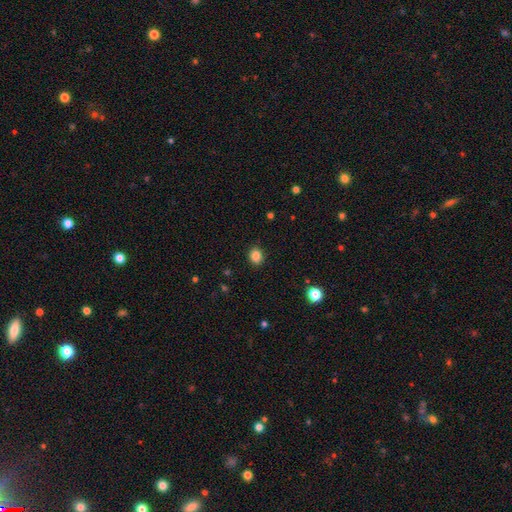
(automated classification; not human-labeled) A smooth galaxy with no disk features (85%) that is round (66%).

Vote fractions:
- Smooth or featured? smooth: 85% / star or artifact: 11% / featured or disk: 4%
- How rounded? round: 66% / in between: 33% / cigar-shaped: 1%
- Merging? none: 89% / minor disturbance: 8% / major disturbance: 2% / merger: 1%